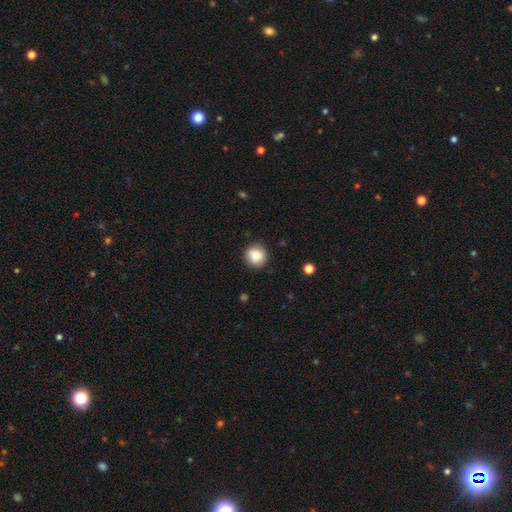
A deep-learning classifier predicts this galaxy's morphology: Smooth or featured: smooth — 85% (star or artifact — 9%)
How rounded: round — 86% (in between — 13%)
Merging: none — 80% (minor disturbance — 15%)